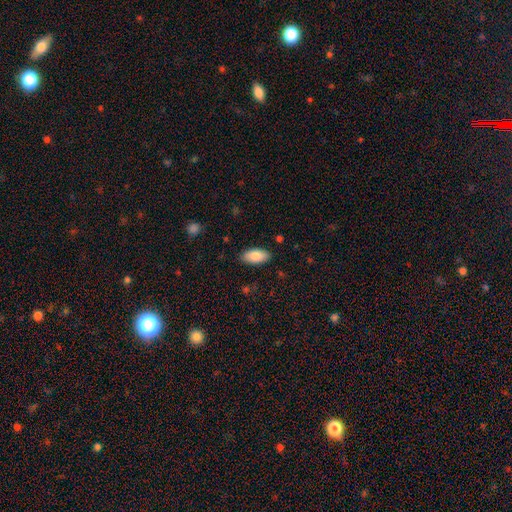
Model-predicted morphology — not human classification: Overall: smooth (86%). How rounded: in between (93%). Merging: none (87%).